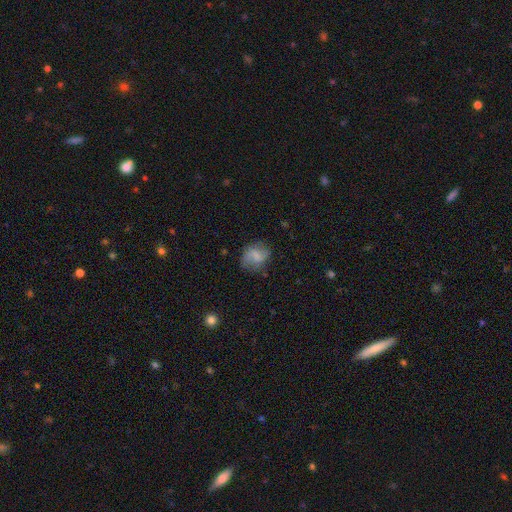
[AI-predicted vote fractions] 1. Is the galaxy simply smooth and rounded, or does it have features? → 51% smooth, 40% featured or disk, 9% star or artifact.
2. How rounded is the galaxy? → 51% round, 47% in between, 2% cigar-shaped.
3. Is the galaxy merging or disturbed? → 64% none, 23% minor disturbance, 11% major disturbance, 2% merger.